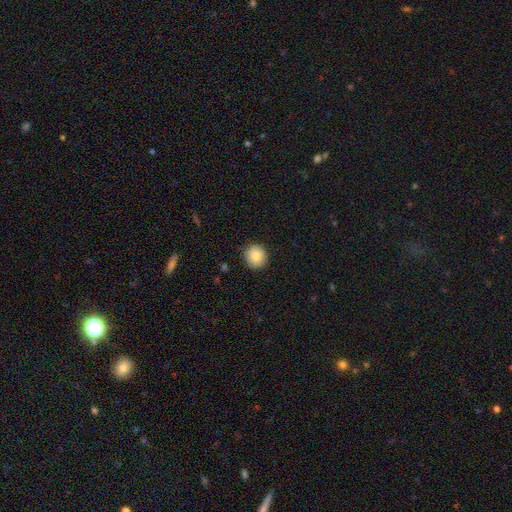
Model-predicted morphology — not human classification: smooth_or_featured: smooth (p=0.83) [alt: star or artifact p=0.09]
how_rounded: round (p=0.90) [alt: in between p=0.09]
merging: none (p=0.88) [alt: minor disturbance p=0.09]